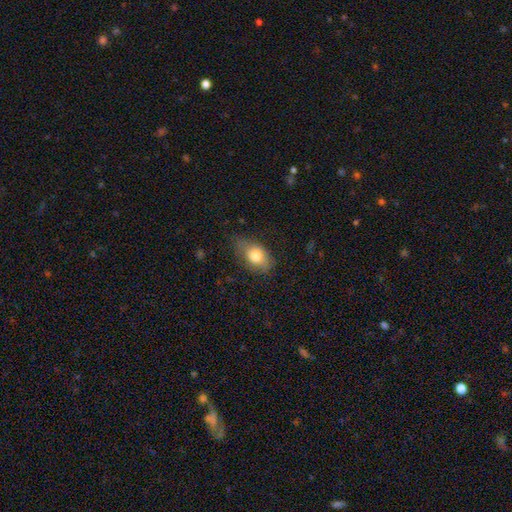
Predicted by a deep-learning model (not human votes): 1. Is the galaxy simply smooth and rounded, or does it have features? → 76% smooth, 16% featured or disk, 8% star or artifact.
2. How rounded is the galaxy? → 85% in between, 13% round, 2% cigar-shaped.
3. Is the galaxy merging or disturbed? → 60% none, 30% minor disturbance, 8% major disturbance, 1% merger.